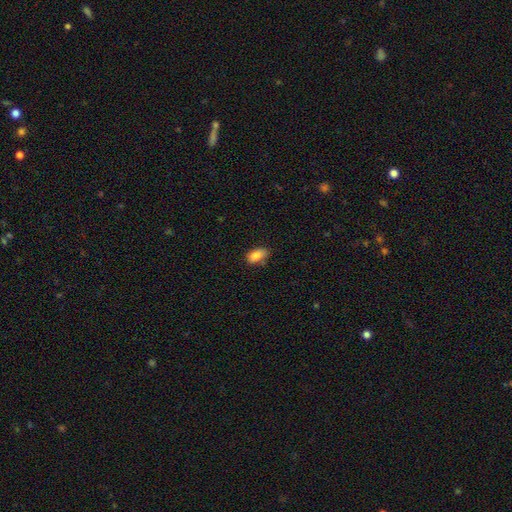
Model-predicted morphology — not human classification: smooth 86%, star or artifact 8%, featured or disk 6%. Down the decision tree: how rounded — in between (90%); merging — none (65%).